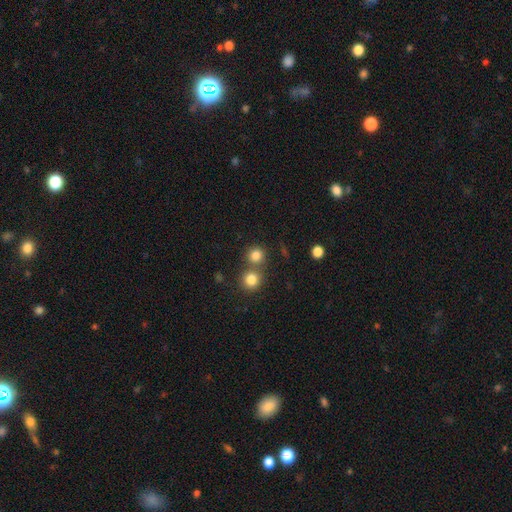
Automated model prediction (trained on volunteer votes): smooth-or-featured: smooth: 81% | star or artifact: 12% | featured or disk: 6%
  how-rounded: round: 90% | in between: 9% | cigar-shaped: 1%
  merging: none: 63% | merger: 27% | minor disturbance: 7% | major disturbance: 3%